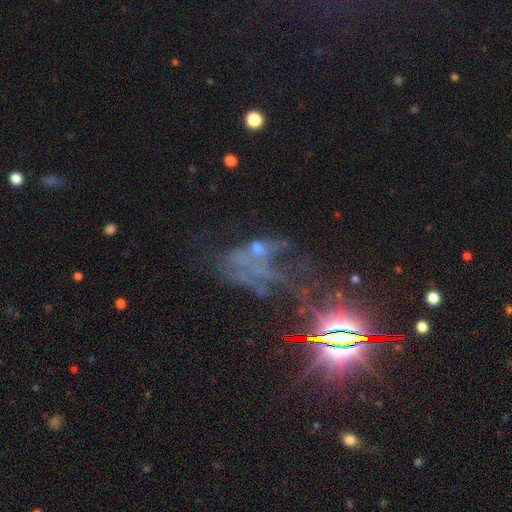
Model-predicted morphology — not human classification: type=star or artifact (43%).